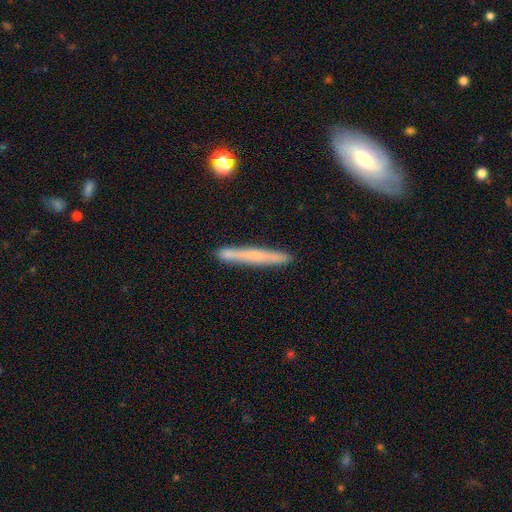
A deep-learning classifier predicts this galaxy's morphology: Q: Smooth or featured?
A: smooth (55%); runner-up: featured or disk (38%)
Q: How rounded?
A: cigar-shaped (96%); runner-up: in between (2%)
Q: Merging?
A: none (84%); runner-up: minor disturbance (10%)